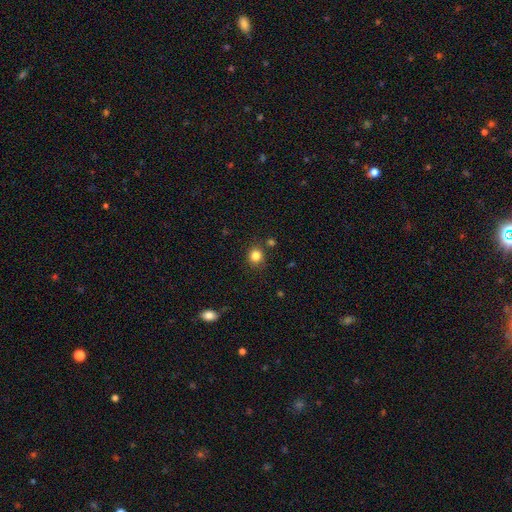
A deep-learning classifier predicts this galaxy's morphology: smooth_or_featured: smooth (p=0.83) [alt: star or artifact p=0.12]
how_rounded: round (p=0.85) [alt: in between p=0.14]
merging: none (p=0.84) [alt: minor disturbance p=0.09]